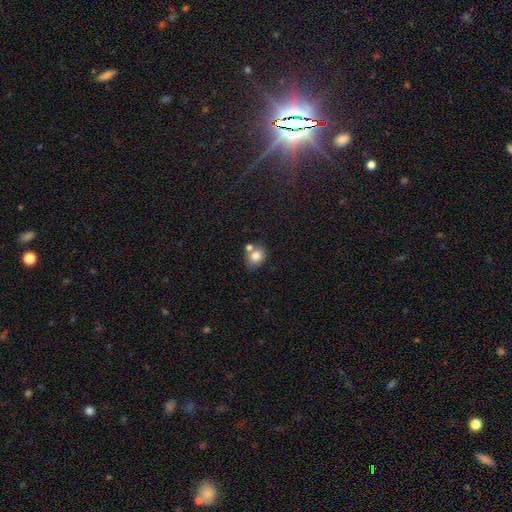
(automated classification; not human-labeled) Smooth or featured?
  - smooth: 78% *
  - featured or disk: 12%
  - star or artifact: 10%
How rounded?
  - round: 50% *
  - in between: 49%
  - cigar-shaped: 1%
Merging?
  - none: 53% *
  - merger: 28%
  - minor disturbance: 15%
  - major disturbance: 4%